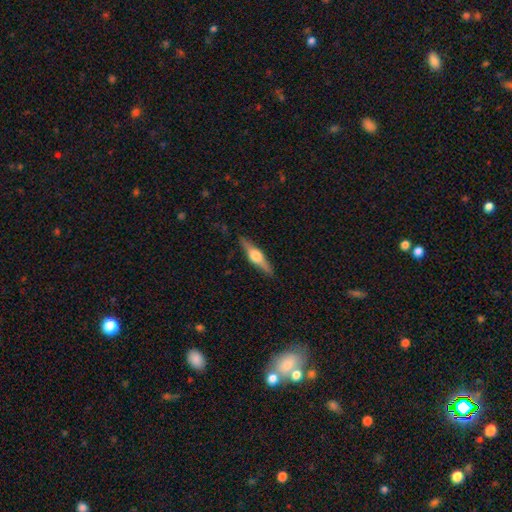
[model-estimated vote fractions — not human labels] This appears to be a featured or disk galaxy (66%) viewed edge-on (97%) with a rounded central bulge (94%). Merging: none (88%).